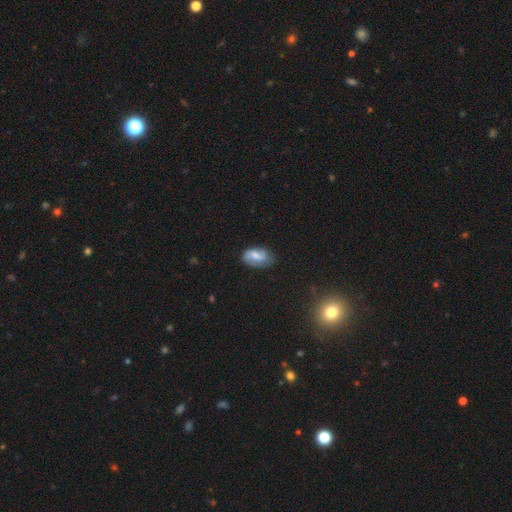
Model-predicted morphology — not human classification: Smooth or featured: smooth — 54% (featured or disk — 37%)
How rounded: in between — 91% (round — 7%)
Merging: none — 62% (minor disturbance — 28%)